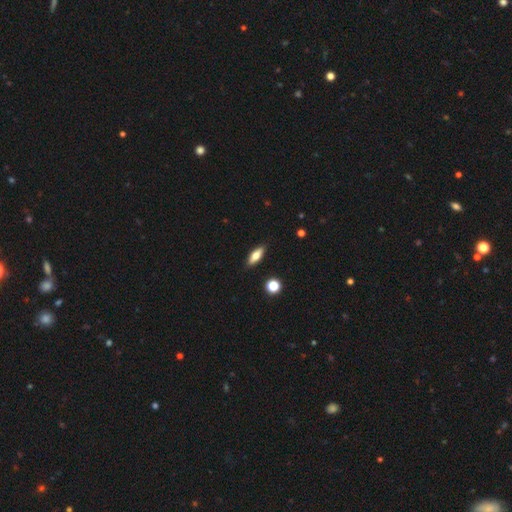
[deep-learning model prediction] Smooth or featured?
  - smooth: 70% *
  - featured or disk: 23%
  - star or artifact: 7%
How rounded?
  - in between: 63% *
  - cigar-shaped: 34%
  - round: 3%
Merging?
  - none: 87% *
  - minor disturbance: 9%
  - major disturbance: 2%
  - merger: 2%